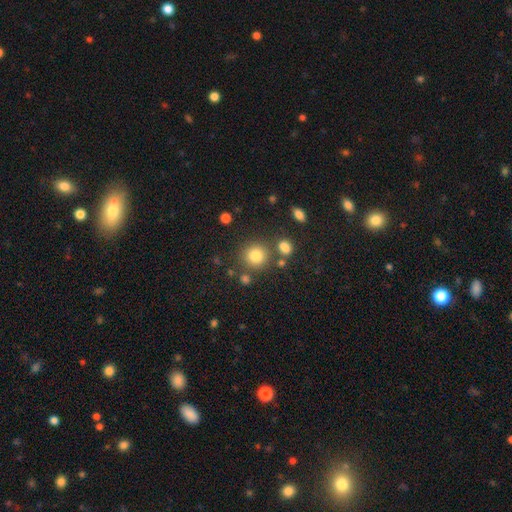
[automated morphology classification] Overall: smooth (81%). How rounded: round (89%). Merging: none (78%).